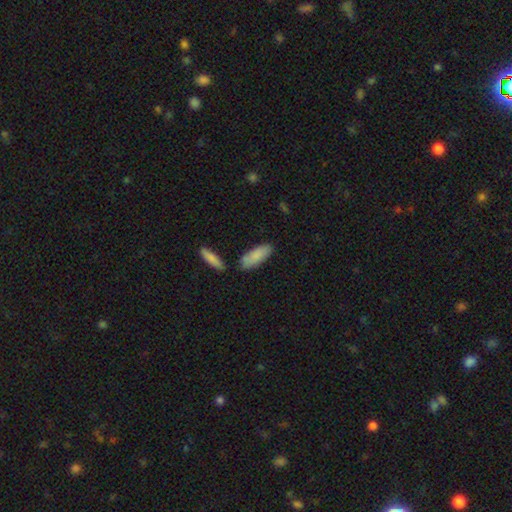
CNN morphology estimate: This appears to be a smooth galaxy with no disk features (84%) that is in between round and cigar-shaped (69%). Merging: none (74%).